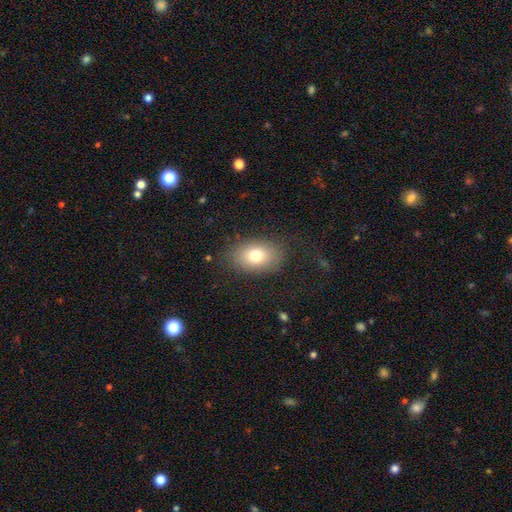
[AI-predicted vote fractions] smooth-or-featured: smooth: 76% | featured or disk: 13% | star or artifact: 10%
  how-rounded: in between: 79% | round: 19% | cigar-shaped: 1%
  merging: none: 82% | minor disturbance: 12% | major disturbance: 5% | merger: 1%